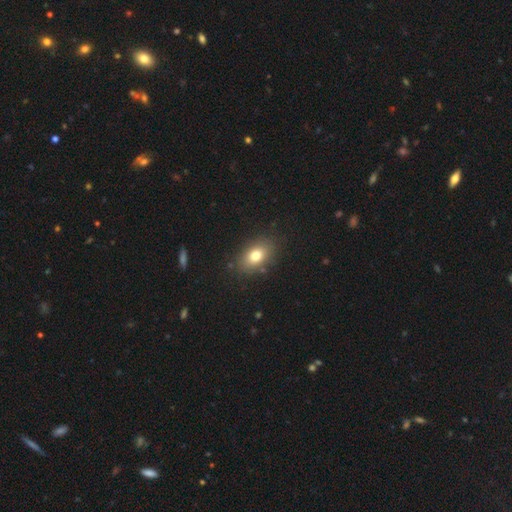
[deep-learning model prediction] smooth 78%, featured or disk 12%, star or artifact 10%. Down the decision tree: how rounded — in between (83%); merging — none (84%).